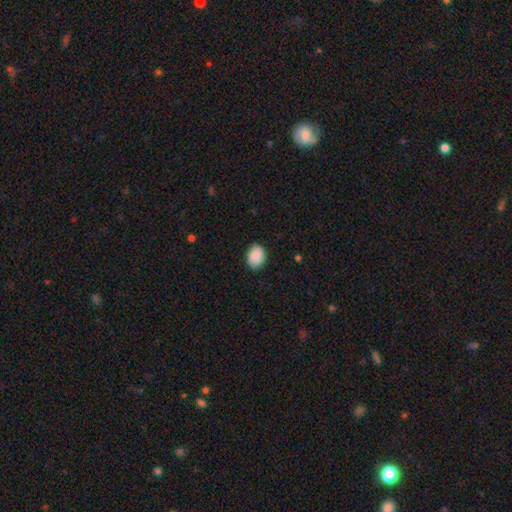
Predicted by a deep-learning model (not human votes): This is clearly a smooth galaxy (88%). How rounded: likely in between (69%). Merging: clearly none (84%).